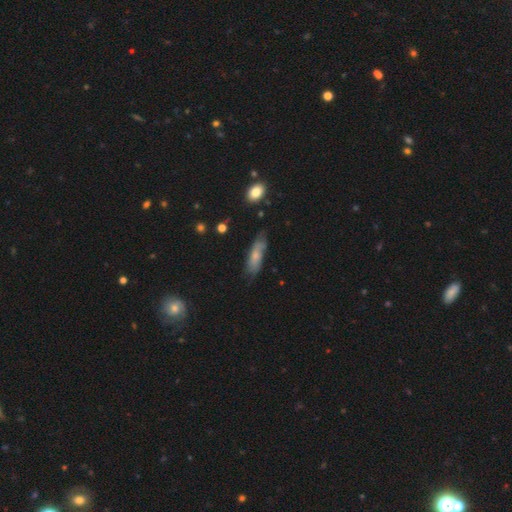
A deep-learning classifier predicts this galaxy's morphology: Smooth or featured: smooth — 61% (featured or disk — 31%)
How rounded: in between — 50% (cigar-shaped — 47%)
Merging: none — 55% (minor disturbance — 31%)